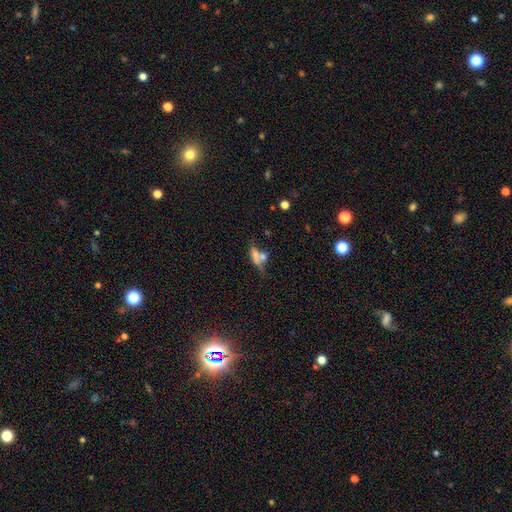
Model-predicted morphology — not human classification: smooth_or_featured: smooth (p=0.53) [alt: featured or disk p=0.33]
how_rounded: in between (p=0.55) [alt: cigar-shaped p=0.32]
merging: merger (p=0.44) [alt: none p=0.33]